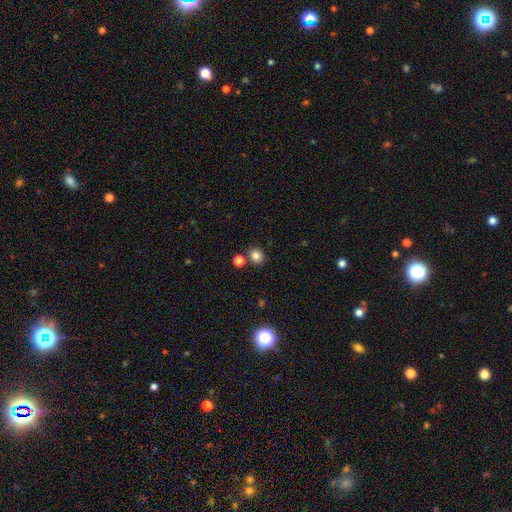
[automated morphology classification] Q: Smooth or featured?
A: smooth (82%); runner-up: star or artifact (13%)
Q: How rounded?
A: round (81%); runner-up: in between (18%)
Q: Merging?
A: none (78%); runner-up: merger (11%)